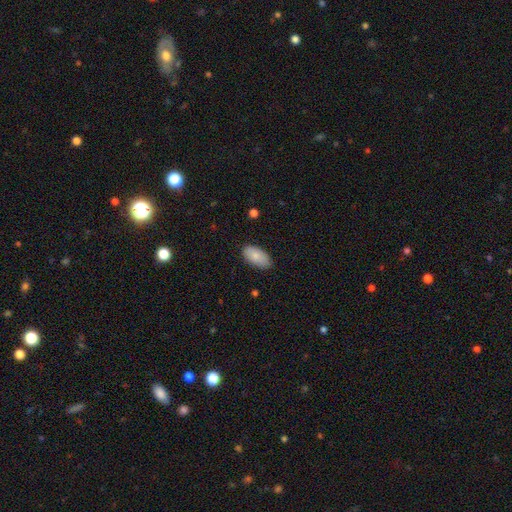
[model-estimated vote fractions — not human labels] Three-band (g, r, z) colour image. It shows a smooth galaxy with no disk features (83%) that is in between round and cigar-shaped (95%). Merging: none (83%).